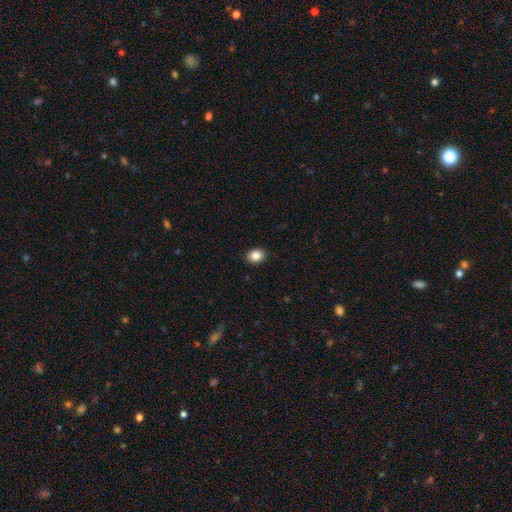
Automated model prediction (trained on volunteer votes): Morphology: type=smooth (86%); roundness=in between (53%); merging=none (90%).